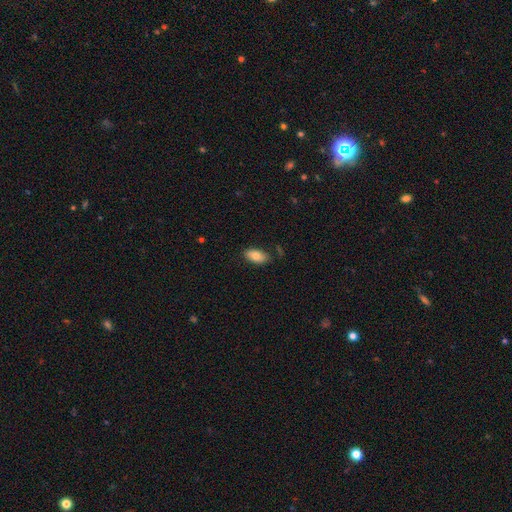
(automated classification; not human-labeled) smooth-or-featured: smooth: 78% | featured or disk: 15% | star or artifact: 7%
  how-rounded: in between: 93% | cigar-shaped: 4% | round: 3%
  merging: none: 83% | minor disturbance: 13% | major disturbance: 2% | merger: 2%